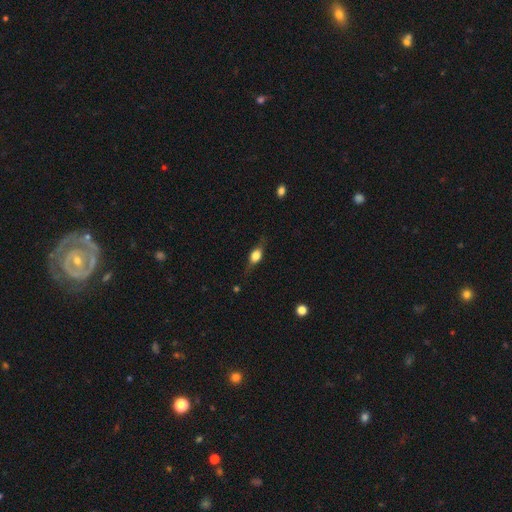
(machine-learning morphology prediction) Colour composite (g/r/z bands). It shows a smooth galaxy with no disk features (49%). Merging: none (72%).